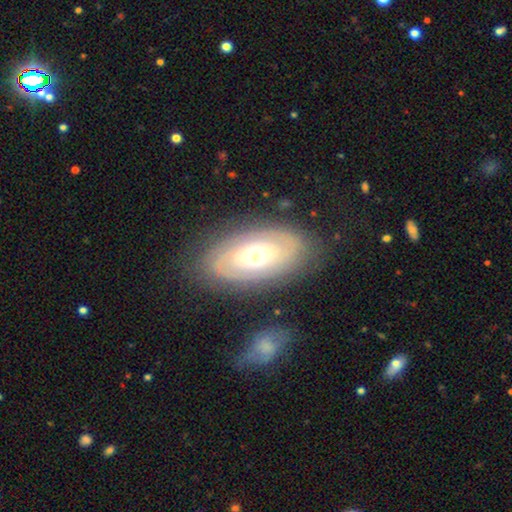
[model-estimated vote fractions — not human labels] smooth-or-featured: featured or disk: 69% | smooth: 25% | star or artifact: 6%
  disk-edge-on: no: 92% | yes: 8%
    bar: no: 79% | weak: 16% | strong: 6%
    has-spiral-arms: yes: 64% | no: 36%
    bulge-size: moderate: 71% | large: 17% | small: 9% | dominant: 2% | none: 1%
  merging: none: 79% | minor disturbance: 13% | major disturbance: 5% | merger: 3%